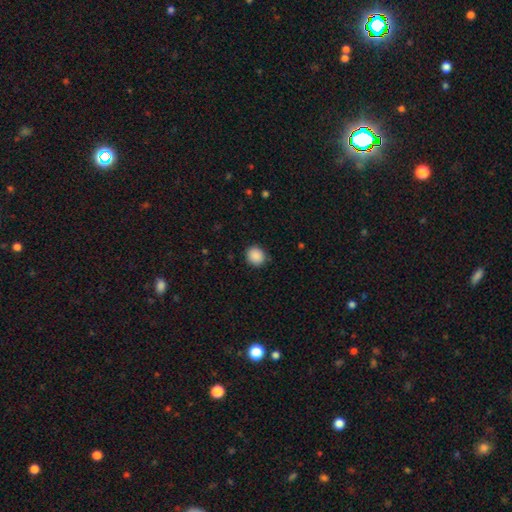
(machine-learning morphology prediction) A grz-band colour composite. It shows a smooth galaxy with no disk features (89%) that is round (82%). Merging: none (88%).